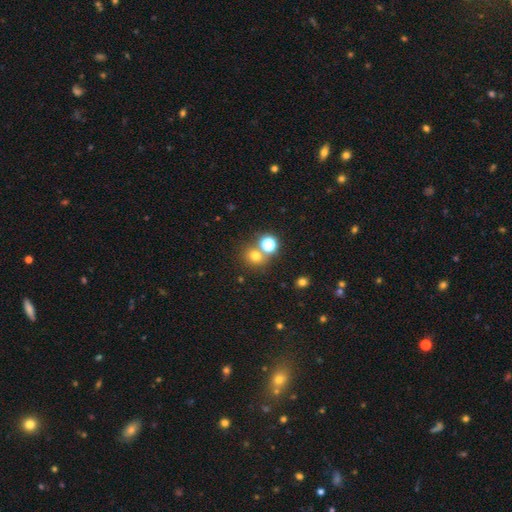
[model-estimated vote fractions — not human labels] smooth 69%, star or artifact 23%, featured or disk 8%. Down the decision tree: how rounded — round (81%); merging — none (65%).